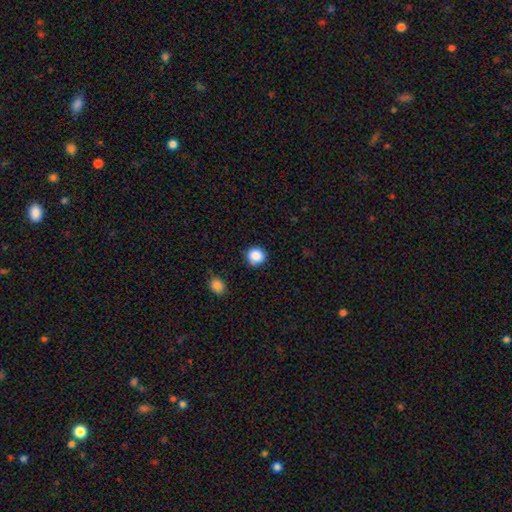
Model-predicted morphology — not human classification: Q: Smooth or featured?
A: smooth (87%); runner-up: star or artifact (10%)
Q: How rounded?
A: round (91%); runner-up: in between (8%)
Q: Merging?
A: none (88%); runner-up: minor disturbance (8%)